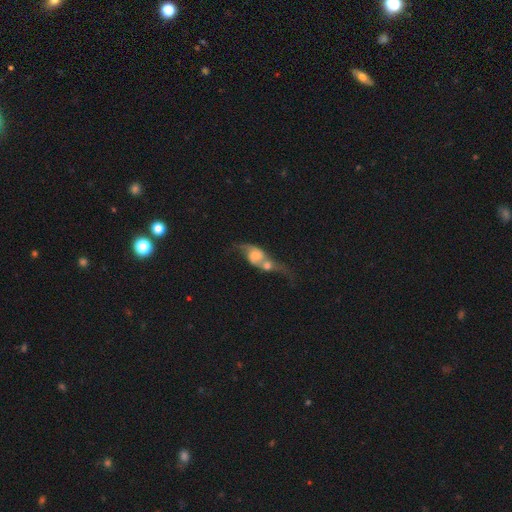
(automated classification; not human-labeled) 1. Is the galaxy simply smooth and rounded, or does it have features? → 63% featured or disk, 29% smooth, 8% star or artifact.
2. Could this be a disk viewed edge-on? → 92% no, 8% yes.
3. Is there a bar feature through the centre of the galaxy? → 69% no, 25% weak, 6% strong.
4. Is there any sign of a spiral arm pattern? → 78% yes, 22% no.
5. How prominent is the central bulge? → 34% moderate, 32% small, 15% large, 14% none, 4% dominant.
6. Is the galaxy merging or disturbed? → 70% merger, 12% none, 11% major disturbance, 7% minor disturbance.